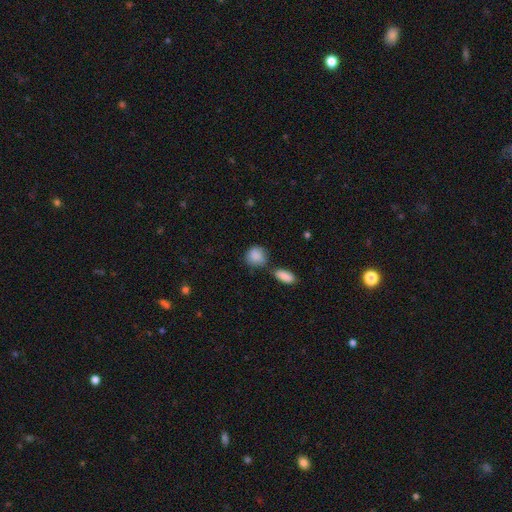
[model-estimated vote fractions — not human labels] A smooth galaxy with no disk features (88%) that is round (70%). Merging: none (57%).